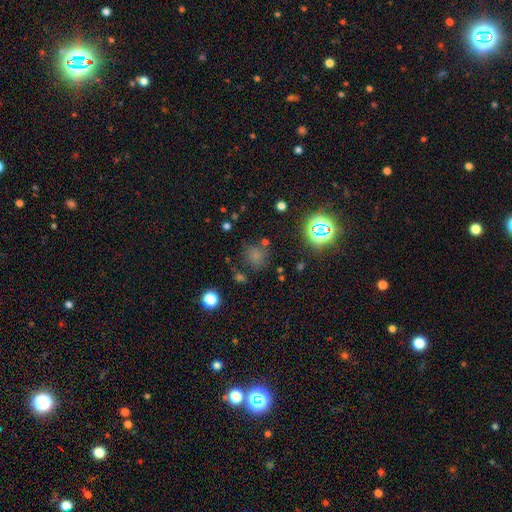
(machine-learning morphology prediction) Smooth or featured?
  - smooth: 64% *
  - star or artifact: 27%
  - featured or disk: 9%
How rounded?
  - round: 85% *
  - in between: 14%
  - cigar-shaped: 1%
Merging?
  - none: 71% *
  - minor disturbance: 15%
  - merger: 8%
  - major disturbance: 6%